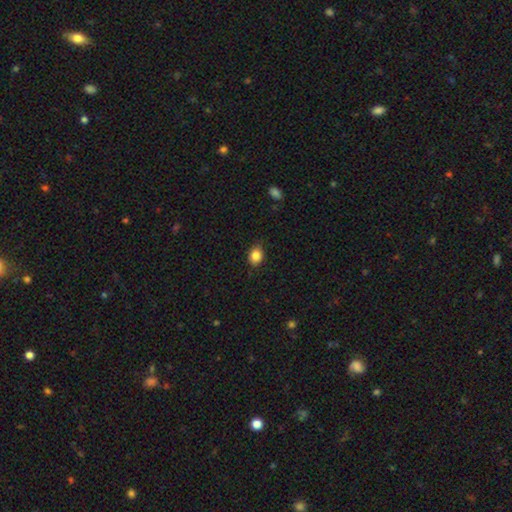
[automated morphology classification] type=smooth (85%); roundness=in between (57%); merging=none (81%).